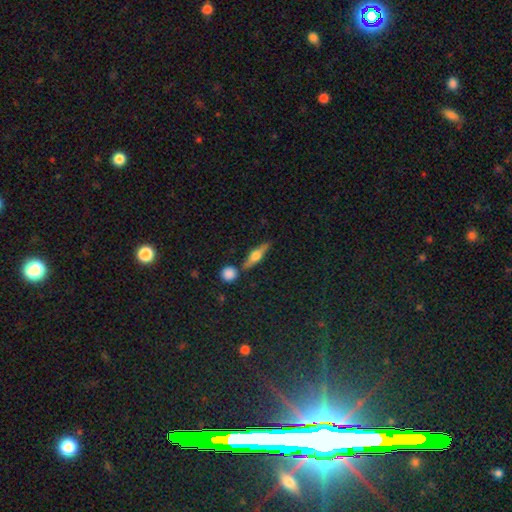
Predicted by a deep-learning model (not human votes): smooth-or-featured: featured or disk: 60% | smooth: 32% | star or artifact: 8%
  disk-edge-on: yes: 94% | no: 6%
    edge-on-bulge: rounded: 94% | boxy: 4% | none: 2%
  merging: none: 79% | minor disturbance: 10% | merger: 8% | major disturbance: 3%